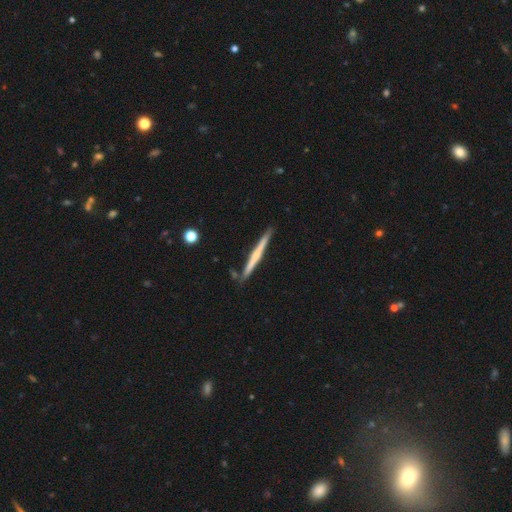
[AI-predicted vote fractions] Overall: featured or disk (60%; smooth 34%). Edge-on disk: yes (98%). Edge-on bulge: none (50%; rounded 42%). Merging: none (87%).